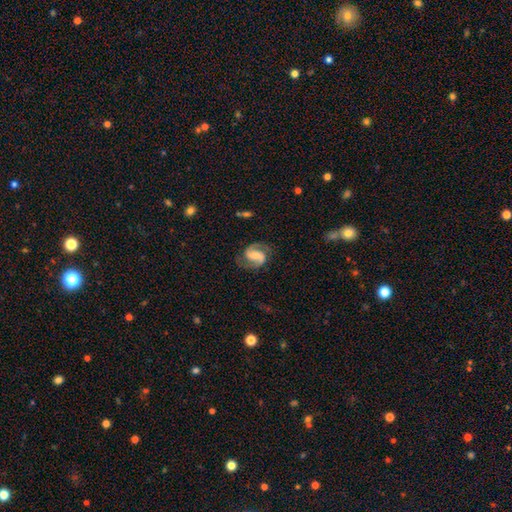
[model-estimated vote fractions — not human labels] Smooth or featured? featured or disk (86%)
Edge-on disk? no (98%)
Bar? weak (44%)
Spiral arms? yes (97%)
Spiral winding? medium (57%)
Spiral arm count? 2 (93%)
Bulge size? small (42%)
Merging? none (79%)